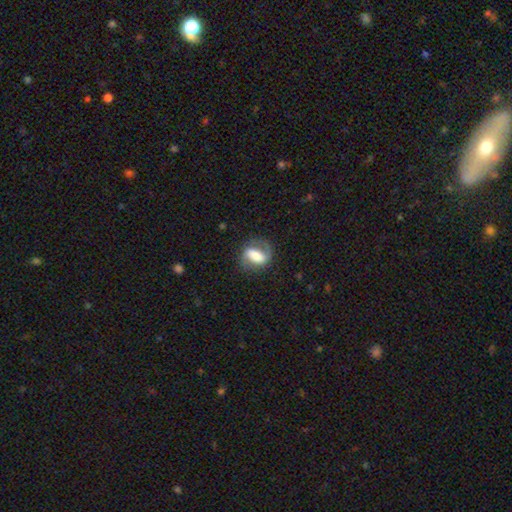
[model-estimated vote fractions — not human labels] Q: Smooth or featured?
A: featured or disk (63%); runner-up: smooth (30%)
Q: Edge-on disk?
A: no (96%); runner-up: yes (4%)
Q: Bar?
A: strong (47%); runner-up: weak (33%)
Q: Spiral arms?
A: yes (87%); runner-up: no (13%)
Q: Spiral winding?
A: medium (47%); runner-up: loose (29%)
Q: Spiral arm count?
A: 2 (80%); runner-up: 1 (13%)
Q: Bulge size?
A: large (36%); runner-up: moderate (33%)
Q: Merging?
A: none (69%); runner-up: minor disturbance (17%)